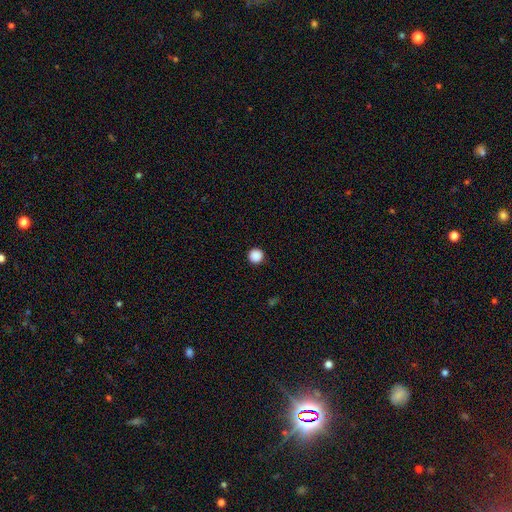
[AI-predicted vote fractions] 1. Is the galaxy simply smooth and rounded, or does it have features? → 88% smooth, 10% star or artifact, 2% featured or disk.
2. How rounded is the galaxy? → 96% round, 3% in between, 1% cigar-shaped.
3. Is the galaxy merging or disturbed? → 93% none, 4% minor disturbance, 2% major disturbance, 1% merger.